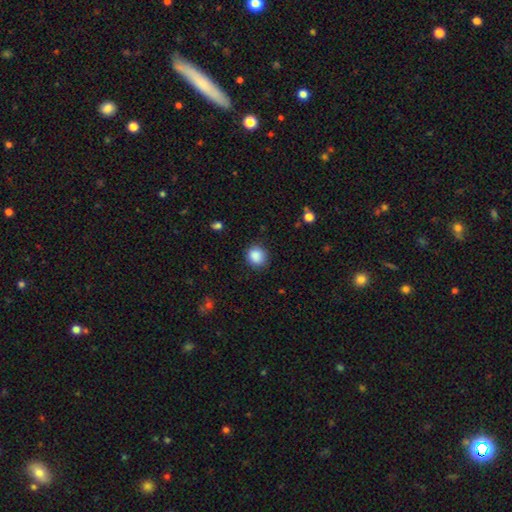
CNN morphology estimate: Smooth or featured? smooth (88%)
How rounded? round (85%)
Merging? none (86%)